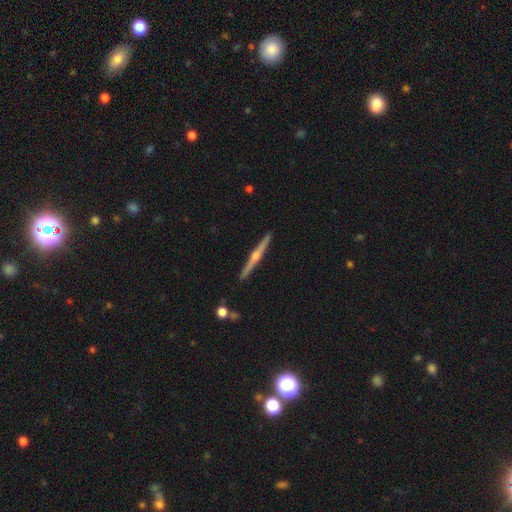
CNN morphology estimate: This appears to be a featured or disk galaxy (80%) viewed edge-on (98%) with a rounded central bulge (88%). Merging: none (92%).